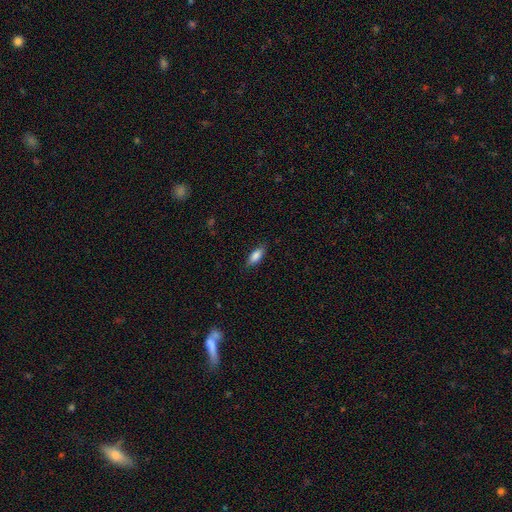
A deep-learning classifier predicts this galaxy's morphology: Q: Smooth or featured?
A: smooth (85%); runner-up: featured or disk (8%)
Q: How rounded?
A: in between (78%); runner-up: cigar-shaped (20%)
Q: Merging?
A: none (84%); runner-up: minor disturbance (12%)